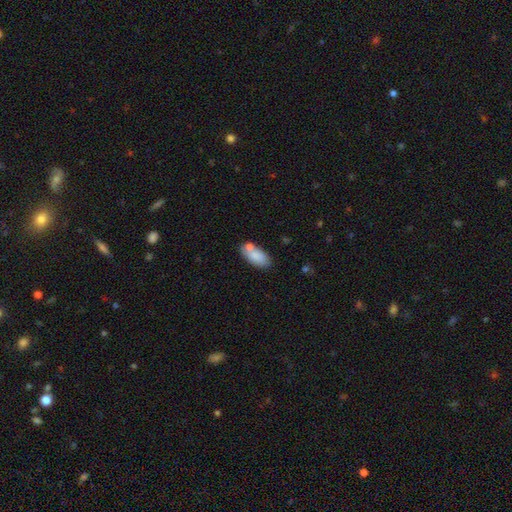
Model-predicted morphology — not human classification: Smooth or featured: smooth — 82% (featured or disk — 12%)
How rounded: in between — 90% (cigar-shaped — 8%)
Merging: none — 62% (merger — 18%)